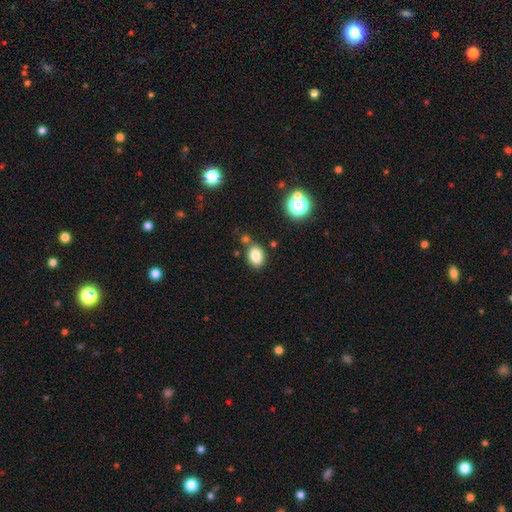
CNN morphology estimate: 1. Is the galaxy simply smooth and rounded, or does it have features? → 82% smooth, 11% star or artifact, 7% featured or disk.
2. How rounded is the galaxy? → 73% in between, 25% round, 1% cigar-shaped.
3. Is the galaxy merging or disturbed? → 74% none, 13% minor disturbance, 9% merger, 3% major disturbance.